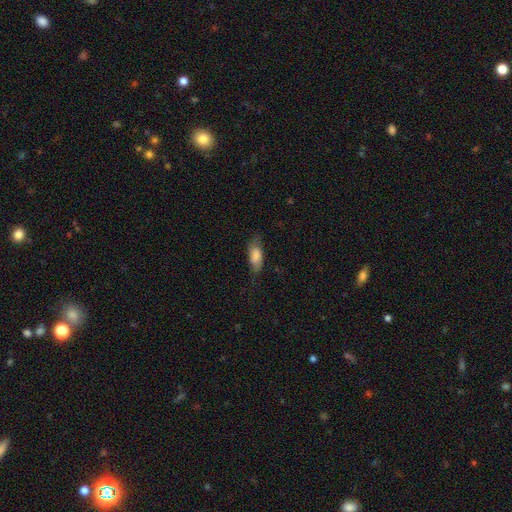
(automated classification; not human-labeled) Smooth or featured: smooth — 77% (featured or disk — 16%)
How rounded: in between — 76% (cigar-shaped — 22%)
Merging: none — 65% (minor disturbance — 25%)